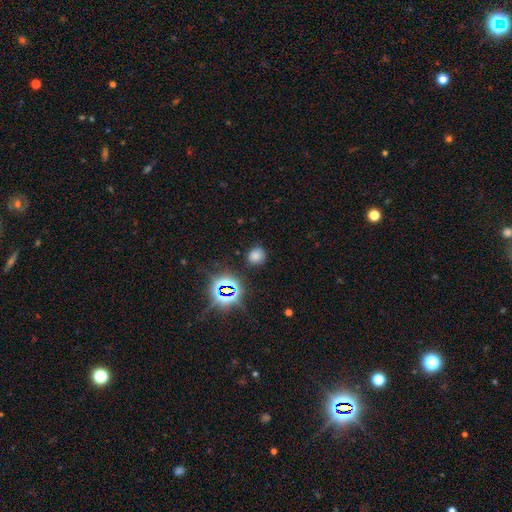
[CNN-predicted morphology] smooth 69%, star or artifact 25%, featured or disk 6%. Down the decision tree: how rounded — round (77%); merging — none (84%).